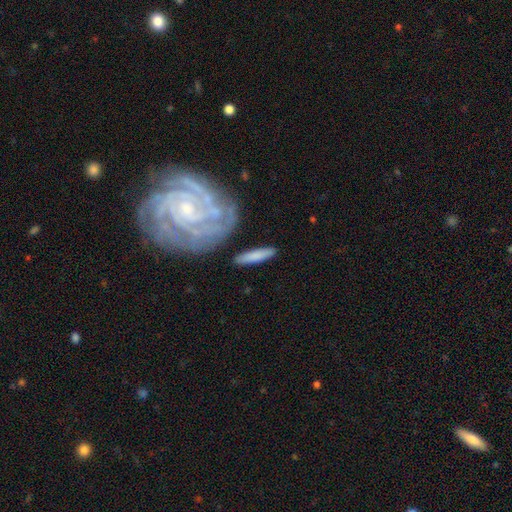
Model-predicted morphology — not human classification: Smooth or featured? Predicted: smooth (p=0.76). How rounded? Predicted: cigar-shaped (p=0.80). Merging? Predicted: none (p=0.83).